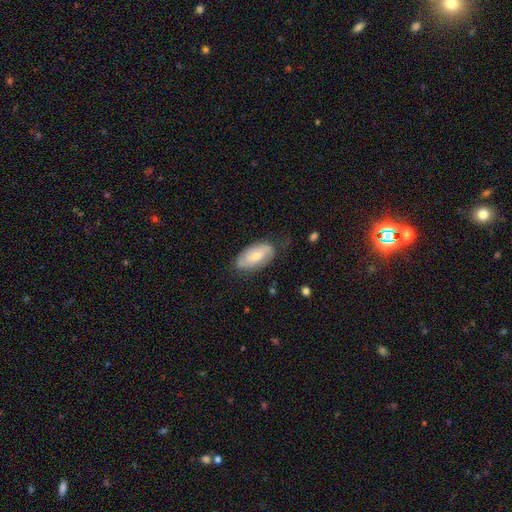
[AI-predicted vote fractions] smooth_or_featured: smooth (p=0.54) [alt: featured or disk p=0.40]
how_rounded: in between (p=0.92) [alt: cigar-shaped p=0.05]
merging: none (p=0.68) [alt: minor disturbance p=0.24]